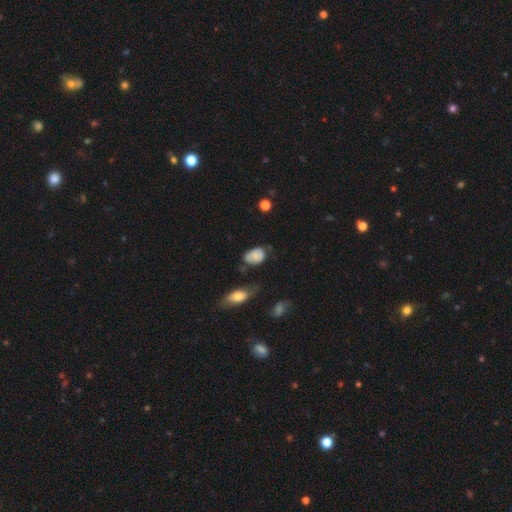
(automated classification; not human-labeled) Smooth or featured: smooth — 74% (featured or disk — 17%)
How rounded: in between — 79% (round — 20%)
Merging: none — 53% (minor disturbance — 32%)